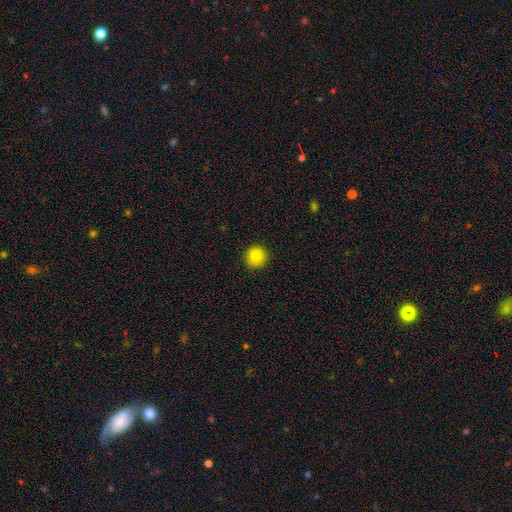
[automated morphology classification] Smooth or featured? Predicted: smooth (p=0.85). How rounded? Predicted: round (p=0.91). Merging? Predicted: none (p=0.90).